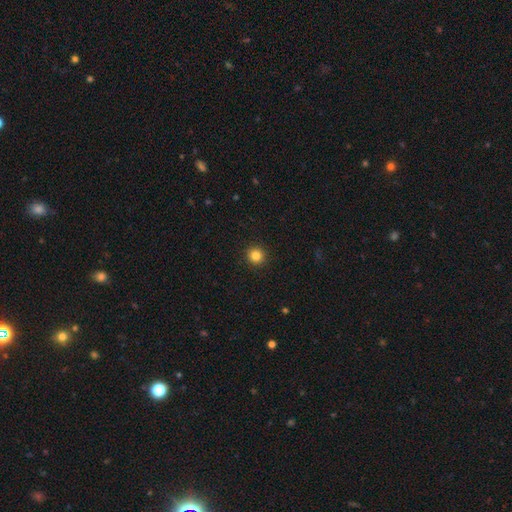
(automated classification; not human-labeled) Overall: smooth (84%). How rounded: round (95%). Merging: none (93%).